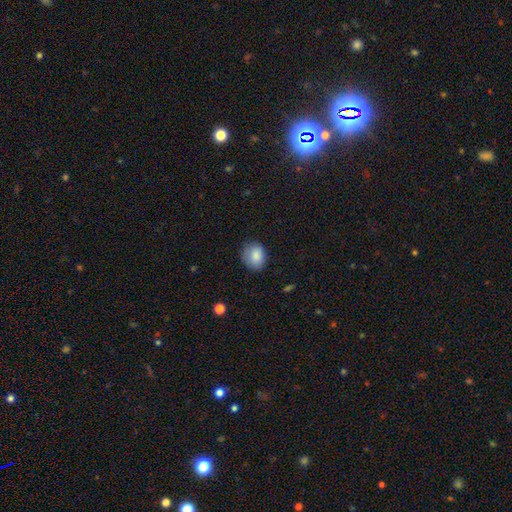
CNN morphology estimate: type=smooth (86%); roundness=round (55%); merging=none (76%).